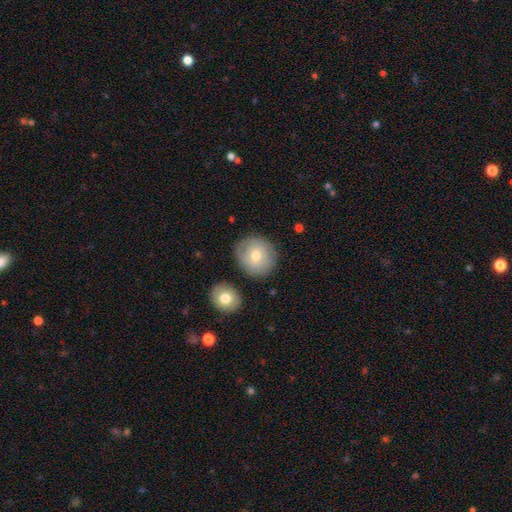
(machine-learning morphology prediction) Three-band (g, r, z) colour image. It shows a smooth galaxy with no disk features (68%) that is round (86%). Merging: none (79%).